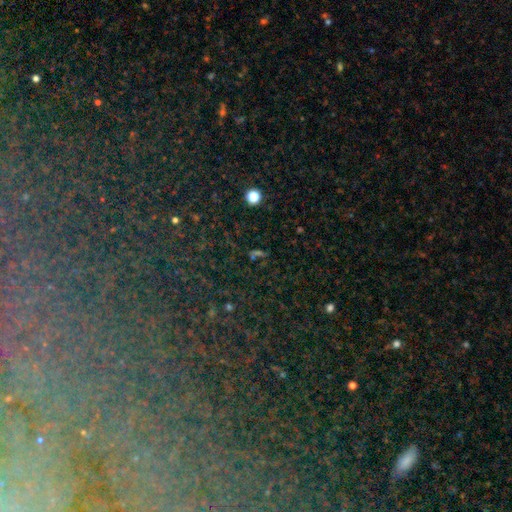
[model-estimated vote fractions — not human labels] Smooth or featured? star or artifact (72%)